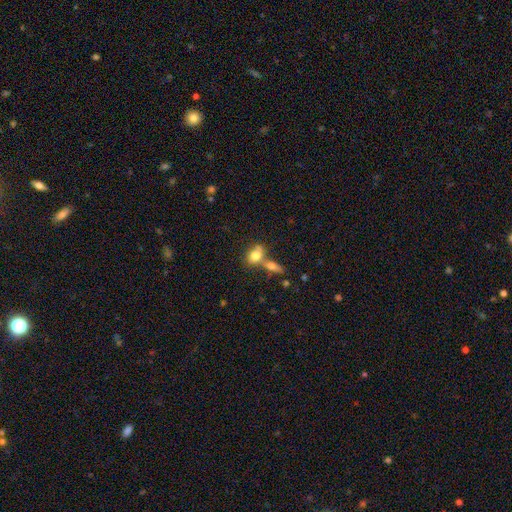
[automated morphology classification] This appears to be a smooth galaxy with no disk features (75%) that is in between round and cigar-shaped (67%). Merging: merger (51%).